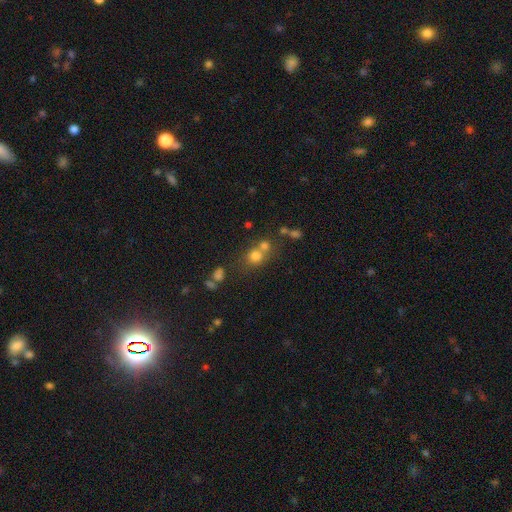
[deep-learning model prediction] This appears to be a smooth galaxy with no disk features (71%) that is round (80%). Merging: none (45%).